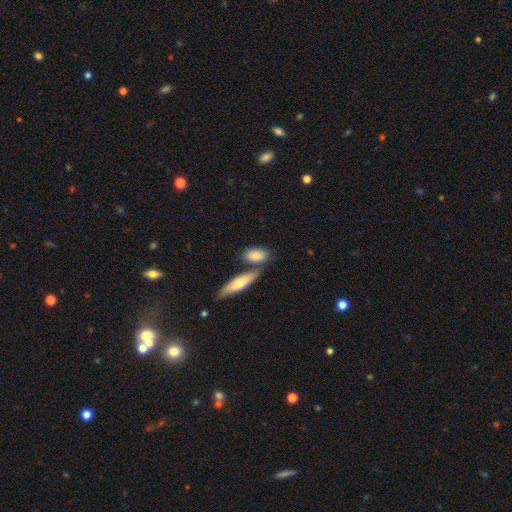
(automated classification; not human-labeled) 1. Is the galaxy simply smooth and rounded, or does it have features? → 81% smooth, 13% featured or disk, 6% star or artifact.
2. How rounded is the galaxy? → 80% in between, 14% cigar-shaped, 5% round.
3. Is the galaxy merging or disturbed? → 57% none, 26% merger, 13% minor disturbance, 4% major disturbance.